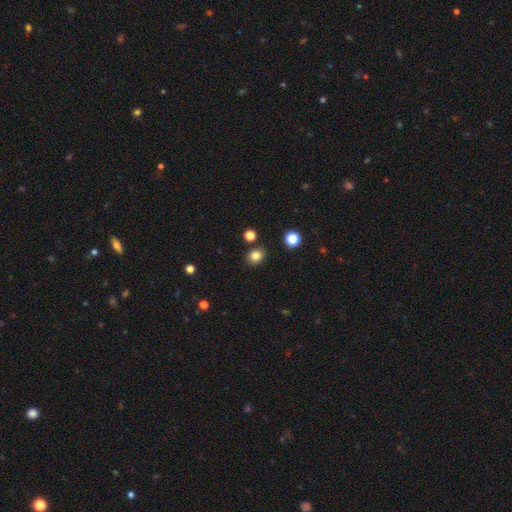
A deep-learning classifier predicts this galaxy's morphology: Overall: smooth (82%). How rounded: round (59%; in between 40%). Merging: none (86%).